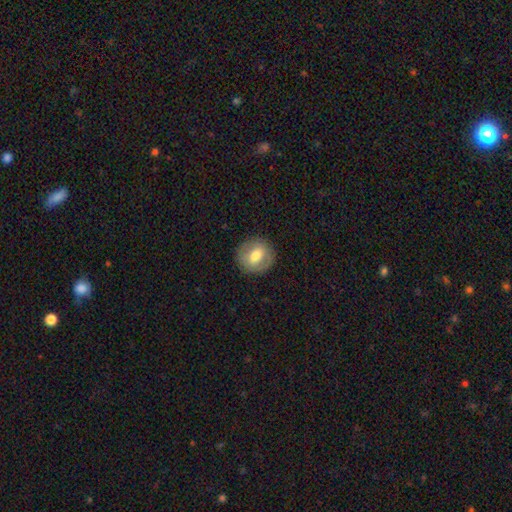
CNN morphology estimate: Overall: smooth (61%; featured or disk 31%). How rounded: round (82%). Merging: none (87%).